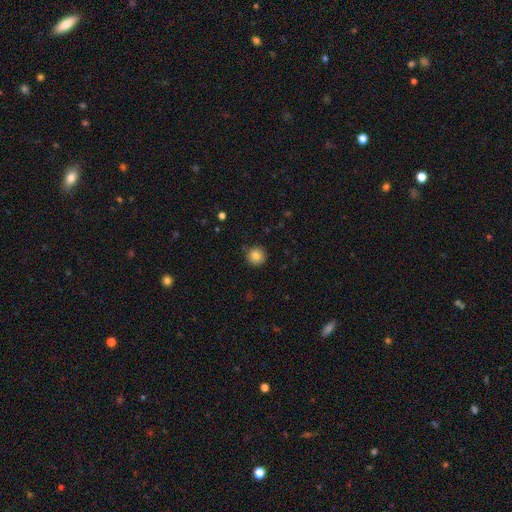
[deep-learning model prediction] Morphology: type=smooth (82%); roundness=round (95%); merging=none (88%).